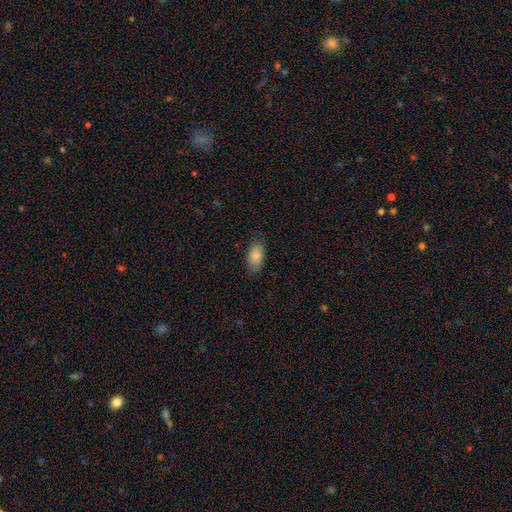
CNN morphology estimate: This is clearly a smooth galaxy (84%). How rounded: clearly in between (92%). Merging: likely none (78%).